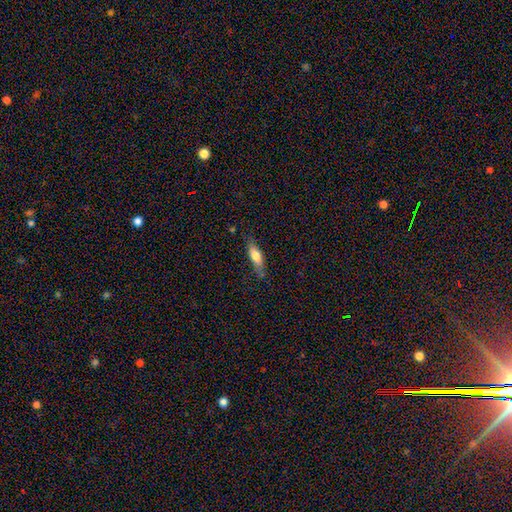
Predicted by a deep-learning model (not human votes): Smooth or featured? smooth (69%)
How rounded? cigar-shaped (55%)
Merging? none (74%)